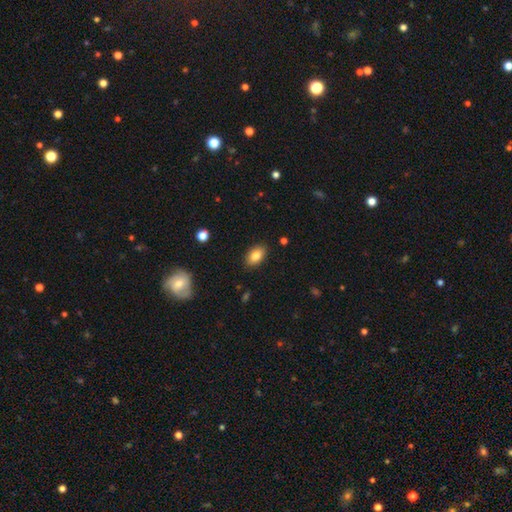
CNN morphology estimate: Smooth or featured: smooth — 83% (featured or disk — 9%)
How rounded: in between — 90% (round — 8%)
Merging: none — 87% (minor disturbance — 10%)